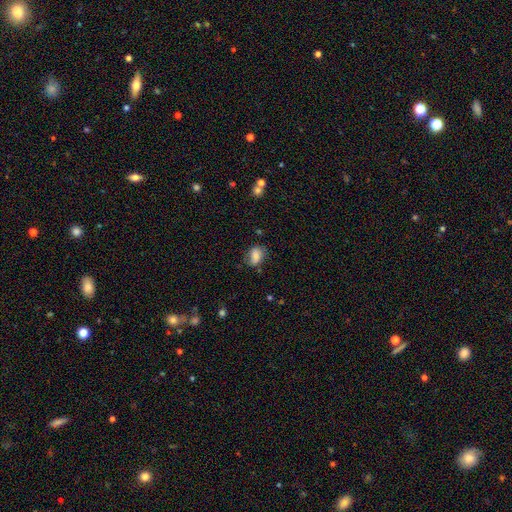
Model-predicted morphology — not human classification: smooth 77%, featured or disk 14%, star or artifact 9%. Down the decision tree: how rounded — in between (76%); merging — none (63%).